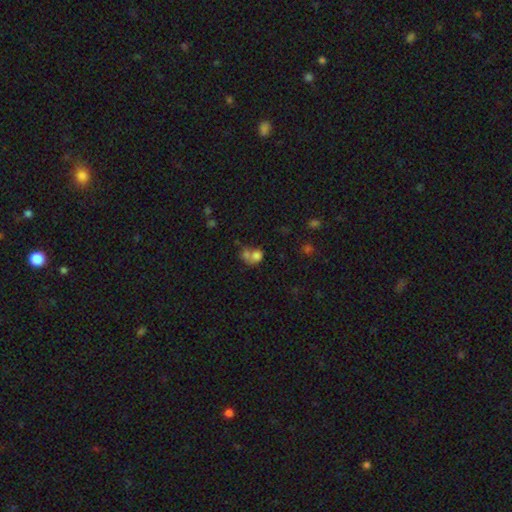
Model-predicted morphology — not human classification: Overall: smooth (71%). How rounded: round (57%; in between 42%). Merging: merger (56%; none 24%).